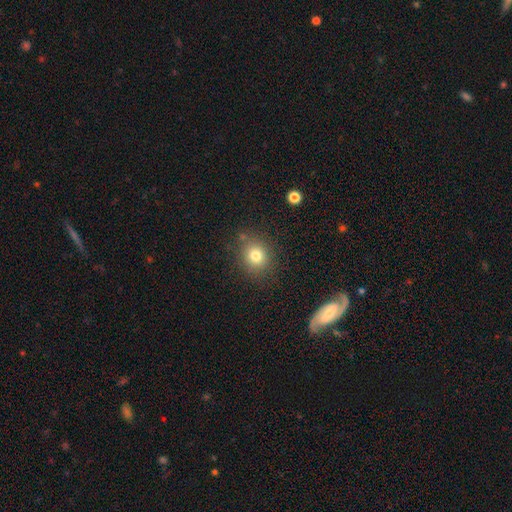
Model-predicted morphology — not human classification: Smooth or featured?
  - smooth: 78% *
  - star or artifact: 13%
  - featured or disk: 8%
How rounded?
  - round: 78% *
  - in between: 21%
  - cigar-shaped: 1%
Merging?
  - none: 82% *
  - minor disturbance: 11%
  - major disturbance: 4%
  - merger: 3%